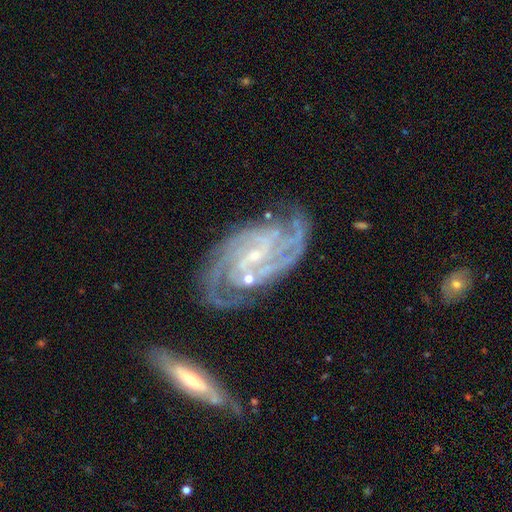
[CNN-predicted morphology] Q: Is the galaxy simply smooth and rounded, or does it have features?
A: featured or disk — 91%.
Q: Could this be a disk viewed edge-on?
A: no — 96%.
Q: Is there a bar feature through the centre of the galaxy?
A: weak — 43%.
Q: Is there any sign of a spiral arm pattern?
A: yes — 98%.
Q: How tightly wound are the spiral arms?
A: tight — 61%.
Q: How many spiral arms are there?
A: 3 — 24%.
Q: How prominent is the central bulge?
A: small — 81%.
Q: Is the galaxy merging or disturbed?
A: none — 66%.